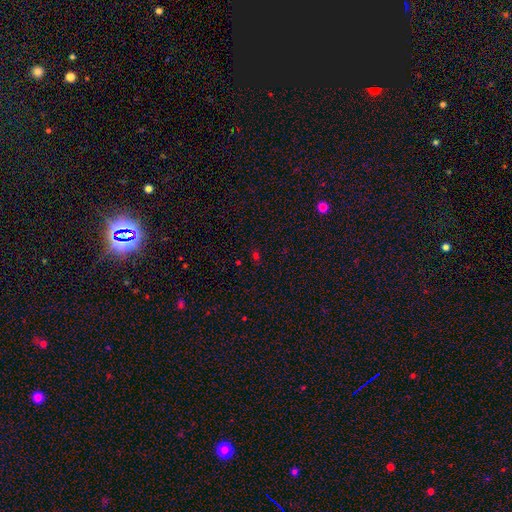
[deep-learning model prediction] smooth 50%, star or artifact 43%, featured or disk 6%. Down the decision tree: how rounded — in between (55%); merging — none (79%).